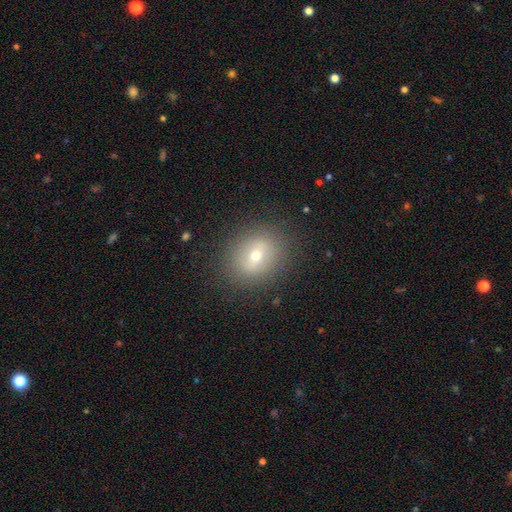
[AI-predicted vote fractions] smooth 55%, featured or disk 31%, star or artifact 14%. Down the decision tree: how rounded — round (57%); merging — none (86%).